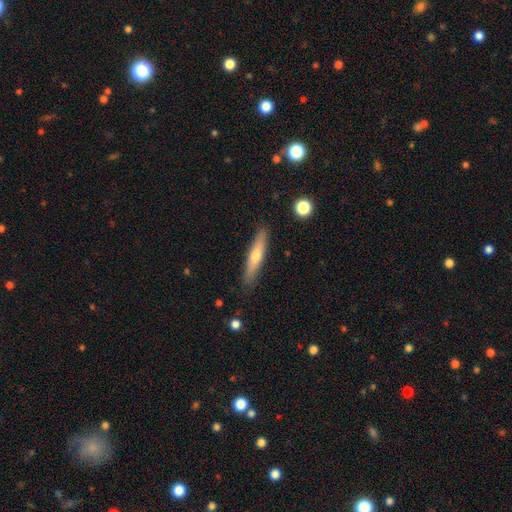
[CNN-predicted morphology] This appears to be a smooth galaxy with no disk features (52%) that is cigar-shaped (88%). Merging: none (88%).